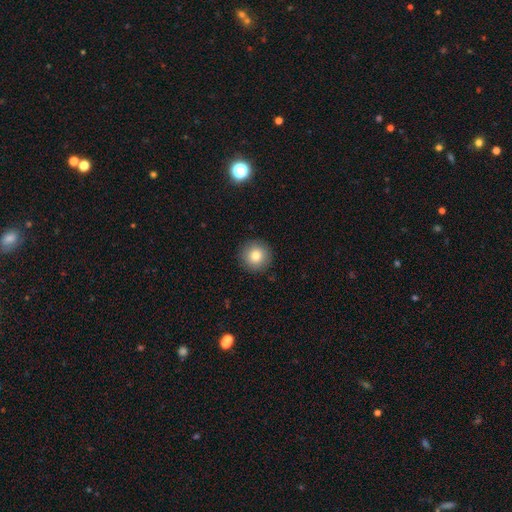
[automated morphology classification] smooth-or-featured: smooth: 81% | star or artifact: 10% | featured or disk: 9%
  how-rounded: round: 95% | in between: 4% | cigar-shaped: 1%
  merging: none: 92% | minor disturbance: 5% | major disturbance: 2% | merger: 1%